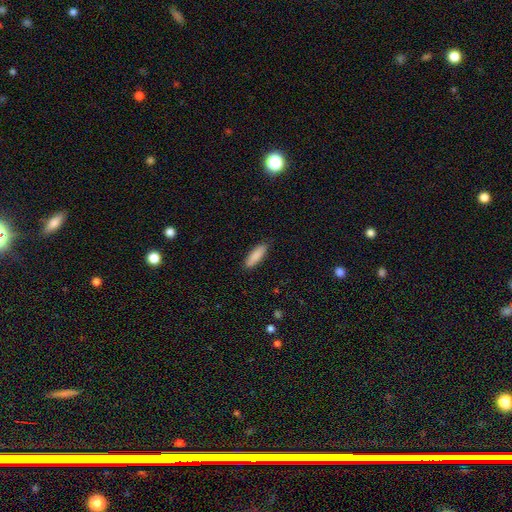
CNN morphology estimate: The model was most divided on "how rounded": cigar-shaped: 54%, in between: 45%, round: 1%. More confident: smooth or featured — smooth (88%); merging — none (87%).